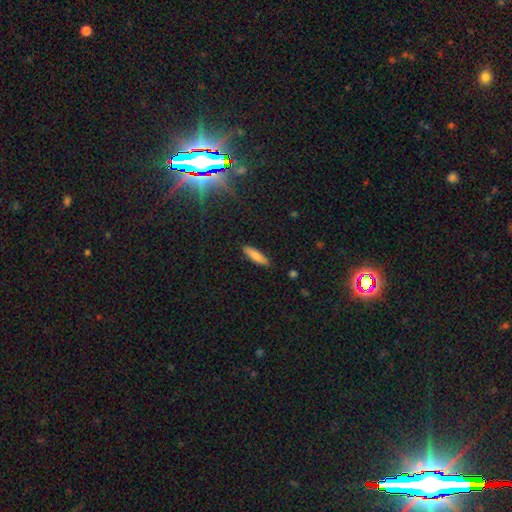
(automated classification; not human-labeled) smooth-or-featured: smooth: 80% | featured or disk: 13% | star or artifact: 7%
  how-rounded: cigar-shaped: 70% | in between: 29% | round: 2%
  merging: none: 88% | minor disturbance: 9% | major disturbance: 2% | merger: 1%